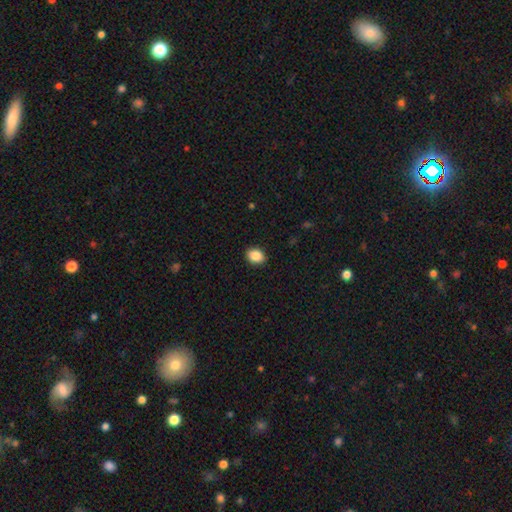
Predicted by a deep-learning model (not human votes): The model was most divided on "how rounded": in between: 61%, round: 38%, cigar-shaped: 1%. More confident: merging — none (90%); smooth or featured — smooth (87%).